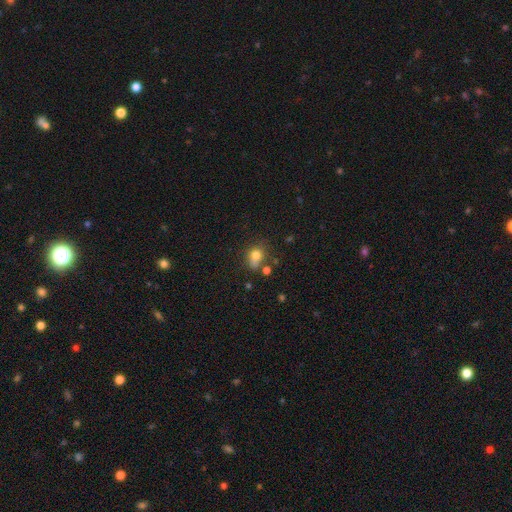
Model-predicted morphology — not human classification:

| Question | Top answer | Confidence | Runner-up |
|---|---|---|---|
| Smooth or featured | smooth | 77% | star or artifact (12%) |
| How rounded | round | 55% | in between (44%) |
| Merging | none | 48% | minor disturbance (24%) |